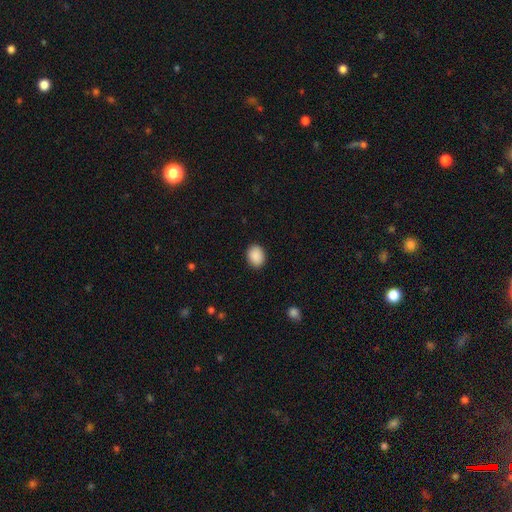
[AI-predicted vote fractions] Morphology: type=smooth (90%); roundness=in between (63%); merging=none (89%).